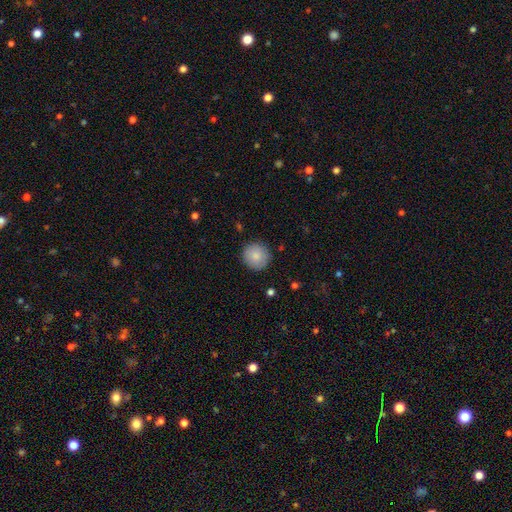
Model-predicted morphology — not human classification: A smooth galaxy with no disk features (84%) that is round (94%). Merging: none (90%).